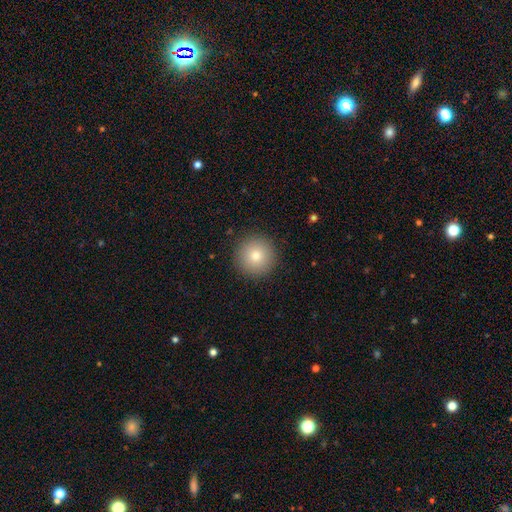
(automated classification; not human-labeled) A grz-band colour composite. It shows a smooth galaxy with no disk features (80%) that is round (96%). Merging: none (92%).